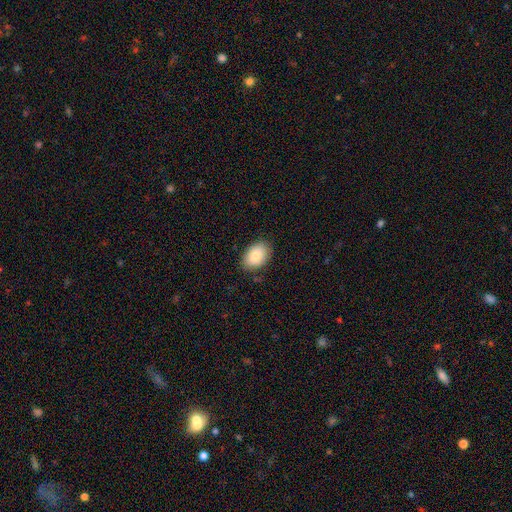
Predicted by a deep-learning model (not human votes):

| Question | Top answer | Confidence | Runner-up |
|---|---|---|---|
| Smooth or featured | smooth | 87% | star or artifact (6%) |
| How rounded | in between | 88% | round (11%) |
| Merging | none | 84% | minor disturbance (12%) |